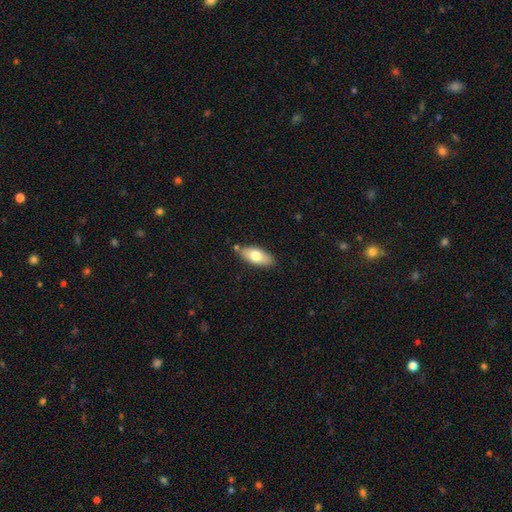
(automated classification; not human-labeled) smooth_or_featured: smooth (p=0.72) [alt: featured or disk p=0.22]
how_rounded: in between (p=0.84) [alt: cigar-shaped p=0.14]
merging: none (p=0.80) [alt: minor disturbance p=0.14]